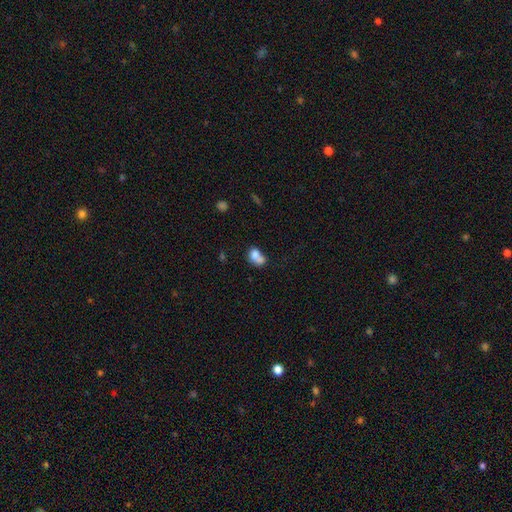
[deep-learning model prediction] Smooth or featured? Predicted: smooth (p=0.73). How rounded? Predicted: in between (p=0.64). Merging? Predicted: merger (p=0.57).